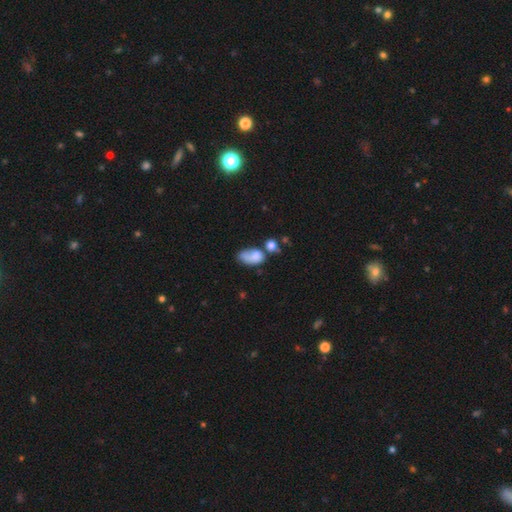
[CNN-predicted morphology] A smooth galaxy with no disk features (72%) that is in between round and cigar-shaped (85%). Merging: merger (34%).